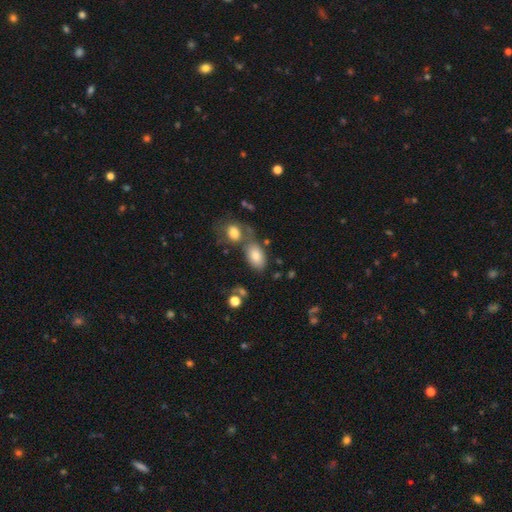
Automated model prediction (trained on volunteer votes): smooth 79%, featured or disk 13%, star or artifact 8%. Down the decision tree: how rounded — in between (90%); merging — none (50%).